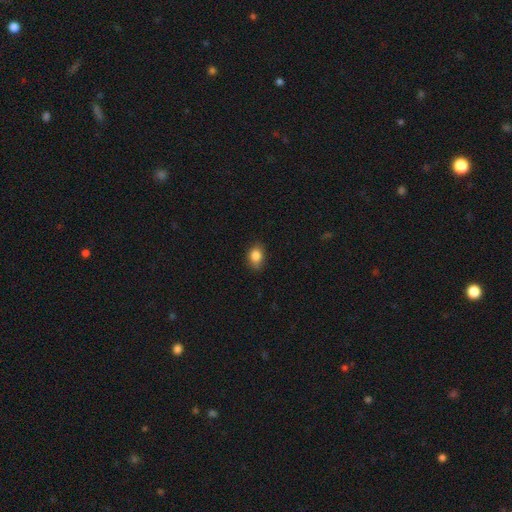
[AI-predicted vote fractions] A smooth galaxy with no disk features (85%) that is in between round and cigar-shaped (72%). Merging: none (83%).